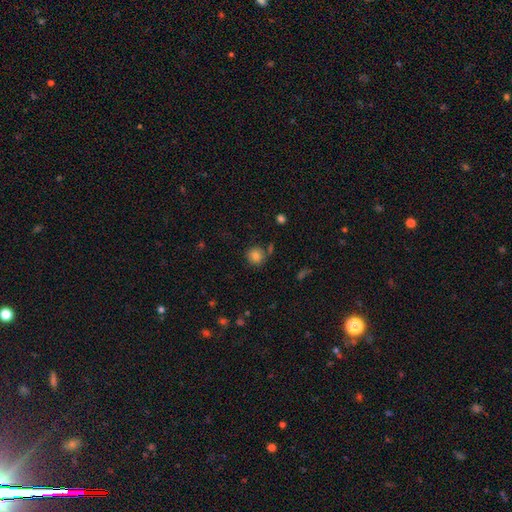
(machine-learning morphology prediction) smooth-or-featured: smooth: 82% | star or artifact: 11% | featured or disk: 7%
  how-rounded: round: 91% | in between: 8% | cigar-shaped: 1%
  merging: none: 79% | minor disturbance: 11% | merger: 7% | major disturbance: 3%